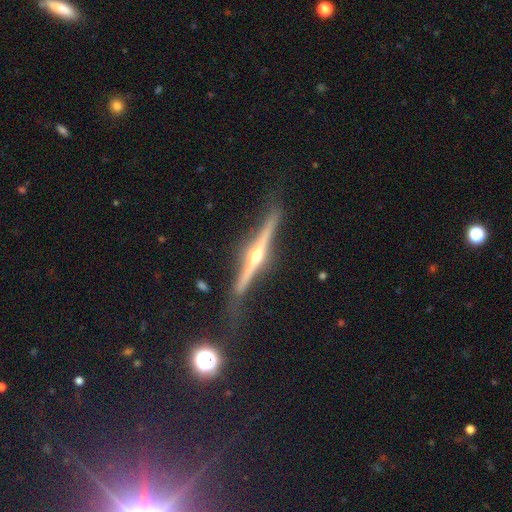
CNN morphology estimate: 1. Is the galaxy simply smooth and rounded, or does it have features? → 87% featured or disk, 8% smooth, 5% star or artifact.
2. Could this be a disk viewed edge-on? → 98% yes, 2% no.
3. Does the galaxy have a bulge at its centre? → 94% rounded, 3% none, 2% boxy.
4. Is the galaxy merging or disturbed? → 81% none, 14% minor disturbance, 3% major disturbance, 2% merger.